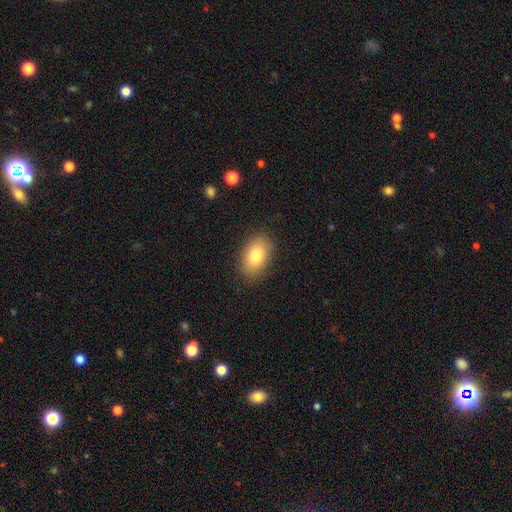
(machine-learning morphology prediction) smooth 81%, featured or disk 11%, star or artifact 8%. Down the decision tree: how rounded — in between (88%); merging — none (87%).